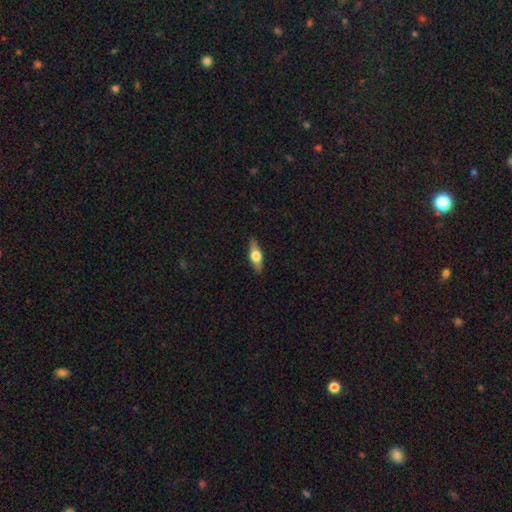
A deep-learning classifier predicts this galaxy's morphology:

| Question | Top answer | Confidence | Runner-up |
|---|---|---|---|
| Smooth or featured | smooth | 47% | featured or disk (46%) |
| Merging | none | 87% | minor disturbance (10%) |